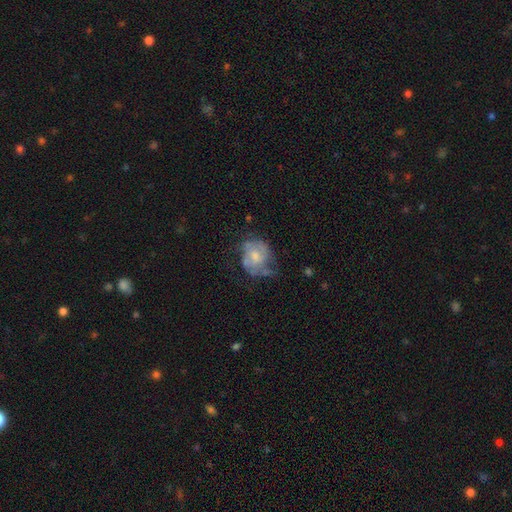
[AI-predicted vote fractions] Smooth or featured? Predicted: featured or disk (p=0.53). Edge-on disk? Predicted: no (p=0.97). Bar? Predicted: no (p=0.73). Spiral arms? Predicted: yes (p=0.56). Bulge size? Predicted: moderate (p=0.47). Merging? Predicted: none (p=0.42).